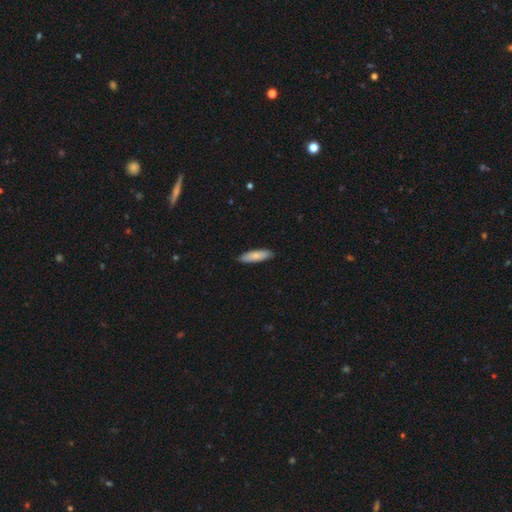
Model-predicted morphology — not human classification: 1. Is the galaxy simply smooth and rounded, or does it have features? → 81% smooth, 14% featured or disk, 5% star or artifact.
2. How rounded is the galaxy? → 54% cigar-shaped, 44% in between, 2% round.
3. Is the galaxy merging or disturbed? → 87% none, 10% minor disturbance, 2% major disturbance, 1% merger.